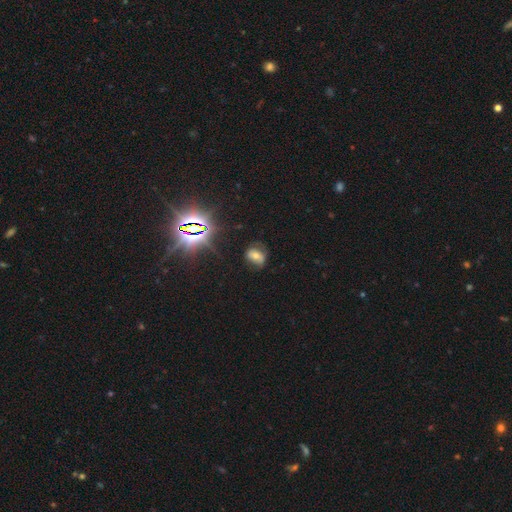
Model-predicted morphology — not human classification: Smooth or featured? smooth (43%)
Merging? none (65%)